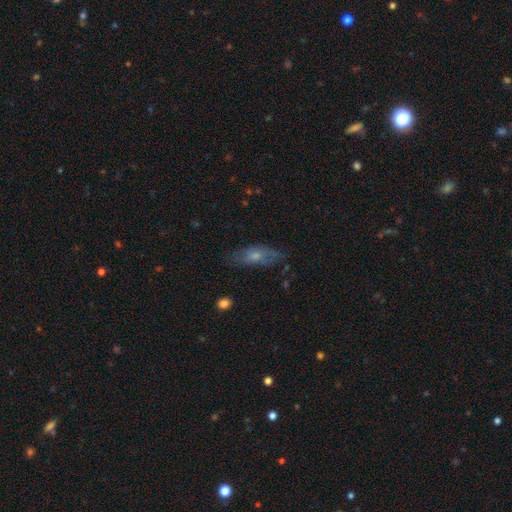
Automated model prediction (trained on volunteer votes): Smooth or featured: smooth — 51% (featured or disk — 40%)
How rounded: in between — 68% (cigar-shaped — 28%)
Merging: none — 62% (minor disturbance — 25%)